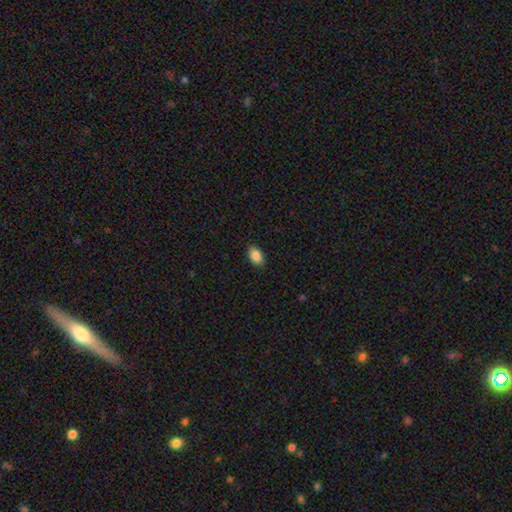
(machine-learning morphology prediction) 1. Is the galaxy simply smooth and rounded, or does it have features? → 88% smooth, 8% star or artifact, 4% featured or disk.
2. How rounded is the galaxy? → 90% in between, 8% round, 1% cigar-shaped.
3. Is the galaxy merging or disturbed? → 89% none, 8% minor disturbance, 2% major disturbance, 1% merger.